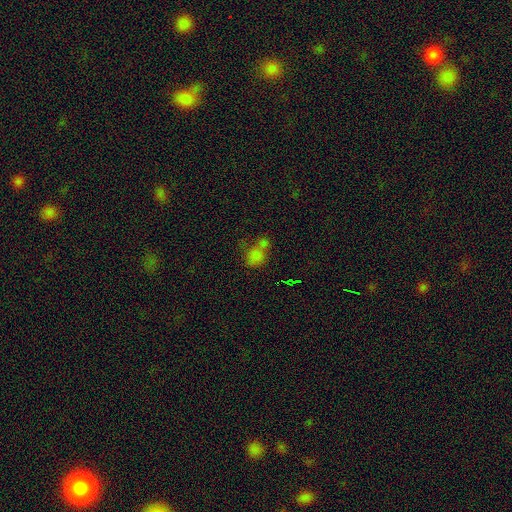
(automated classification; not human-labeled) Smooth or featured: smooth — 68% (star or artifact — 20%)
How rounded: round — 51% (in between — 47%)
Merging: merger — 48% (none — 31%)